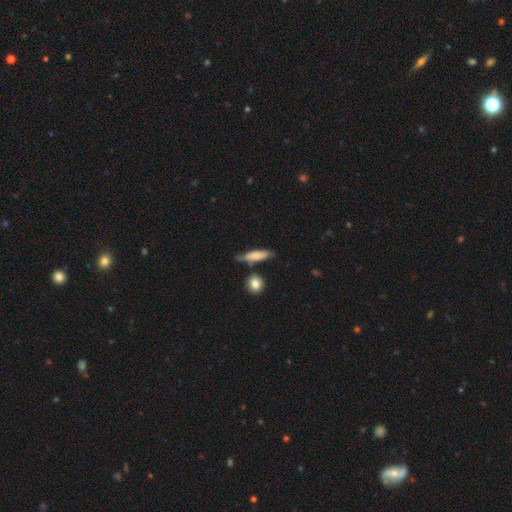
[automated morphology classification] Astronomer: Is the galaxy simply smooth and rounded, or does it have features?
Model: smooth — 68%.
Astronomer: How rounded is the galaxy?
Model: cigar-shaped — 62%.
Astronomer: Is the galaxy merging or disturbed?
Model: none — 65%.